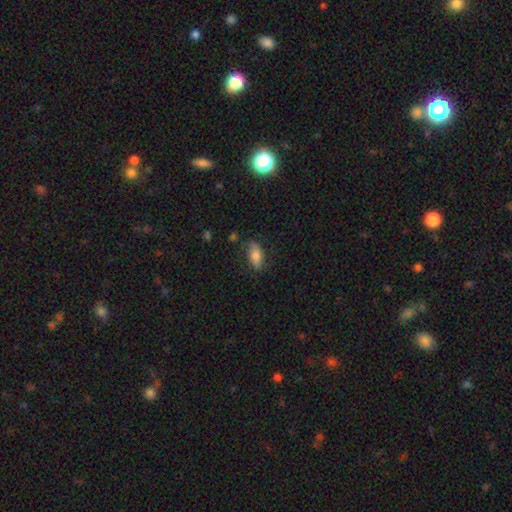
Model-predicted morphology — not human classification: Q: Smooth or featured?
A: smooth (68%); runner-up: featured or disk (24%)
Q: How rounded?
A: in between (84%); runner-up: cigar-shaped (11%)
Q: Merging?
A: none (68%); runner-up: minor disturbance (23%)